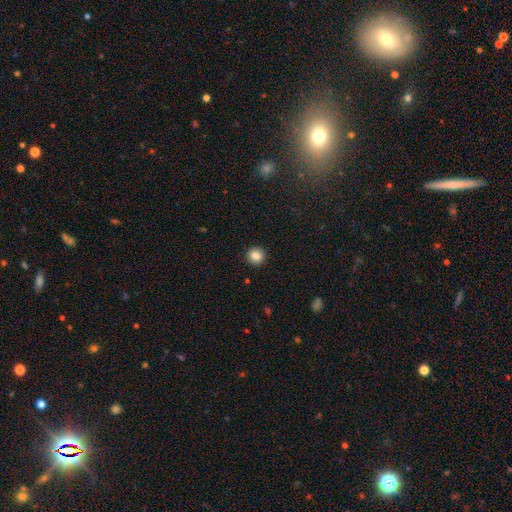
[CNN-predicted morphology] Overall: smooth (85%). How rounded: round (94%). Merging: none (92%).